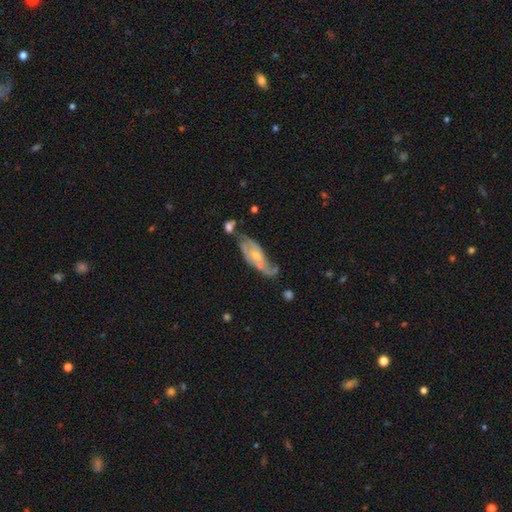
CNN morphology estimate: This is likely a featured or disk galaxy (73%). It is clearly not viewed edge-on (84%). Bar: likely no (69%). Spiral arm pattern: clearly yes (82%). Spiral arm count: possibly 2 (59%). Spiral winding: marginally medium (40%). Central bulge: possibly small (52%). Merging: possibly none (46%).